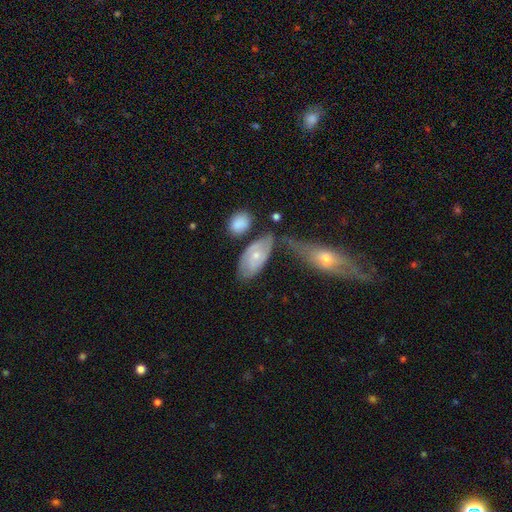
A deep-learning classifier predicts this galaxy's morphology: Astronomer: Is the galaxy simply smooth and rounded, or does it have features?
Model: smooth — 51% (runner-up: featured or disk, 43%).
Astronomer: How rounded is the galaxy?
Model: in between — 89%.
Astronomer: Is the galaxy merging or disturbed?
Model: none — 46% (runner-up: minor disturbance, 25%).